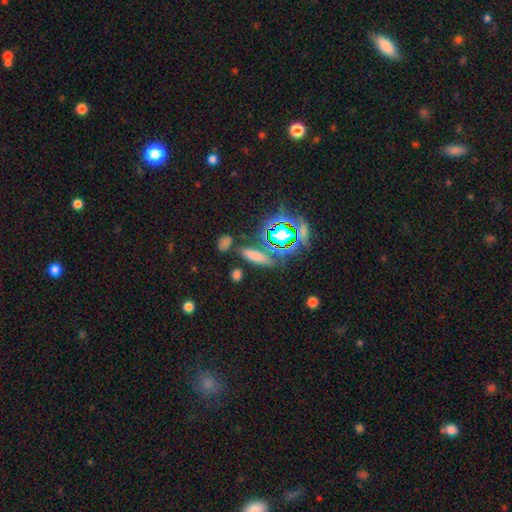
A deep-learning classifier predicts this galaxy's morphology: Smooth or featured?
  - smooth: 62% *
  - star or artifact: 25%
  - featured or disk: 12%
How rounded?
  - cigar-shaped: 54% *
  - in between: 39%
  - round: 7%
Merging?
  - none: 75% *
  - minor disturbance: 12%
  - merger: 9%
  - major disturbance: 5%